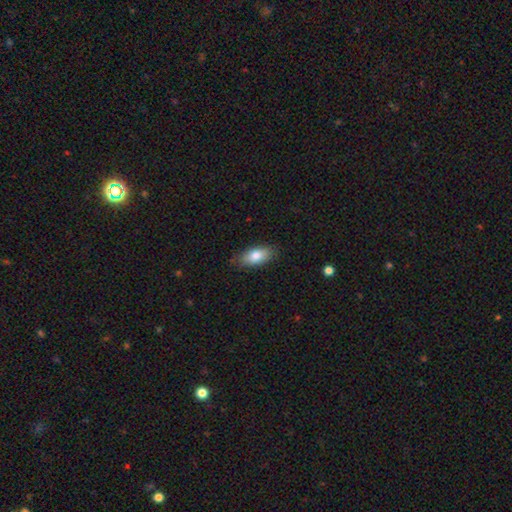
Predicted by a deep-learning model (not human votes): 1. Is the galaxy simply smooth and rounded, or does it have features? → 80% smooth, 13% featured or disk, 7% star or artifact.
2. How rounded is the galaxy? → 87% in between, 9% cigar-shaped, 4% round.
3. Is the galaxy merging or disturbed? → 84% none, 13% minor disturbance, 2% major disturbance, 1% merger.